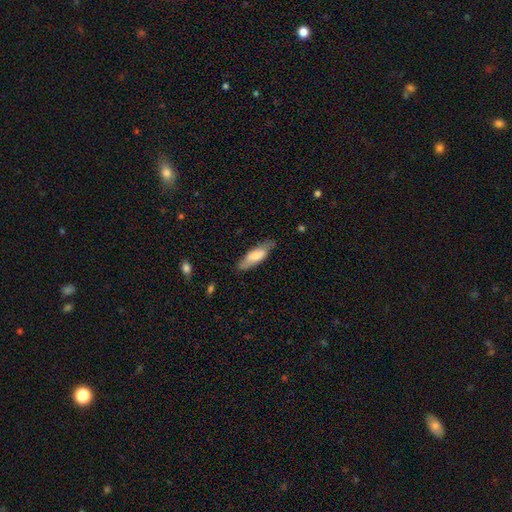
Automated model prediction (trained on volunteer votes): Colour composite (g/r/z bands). It shows a smooth galaxy with no disk features (67%) that is cigar-shaped (49%, tied with in between). Merging: none (76%).